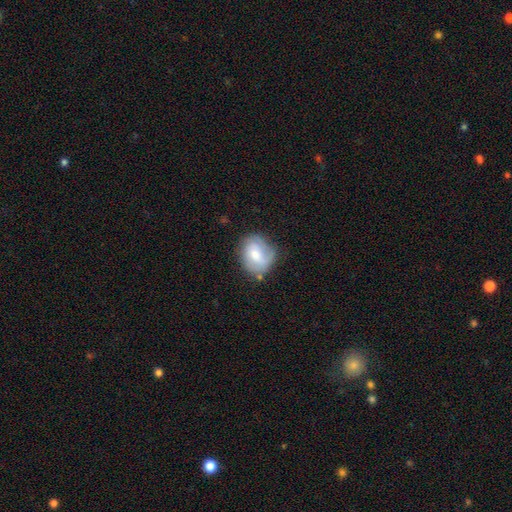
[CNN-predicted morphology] This is possibly a smooth galaxy (54%). How rounded: possibly round (54%). Merging: possibly none (58%).